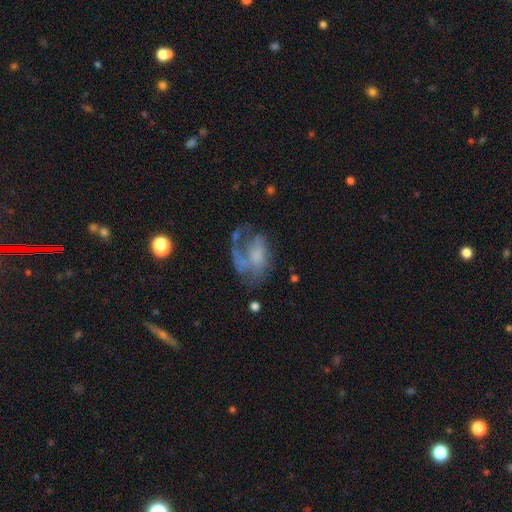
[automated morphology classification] Smooth or featured: featured or disk — 63% (smooth — 27%)
Edge-on disk: no — 97% (yes — 3%)
Bar: no — 72% (weak — 23%)
Spiral arms: yes — 66% (no — 34%)
Bulge size: none — 47% (small — 21%)
Merging: major disturbance — 44% (none — 32%)